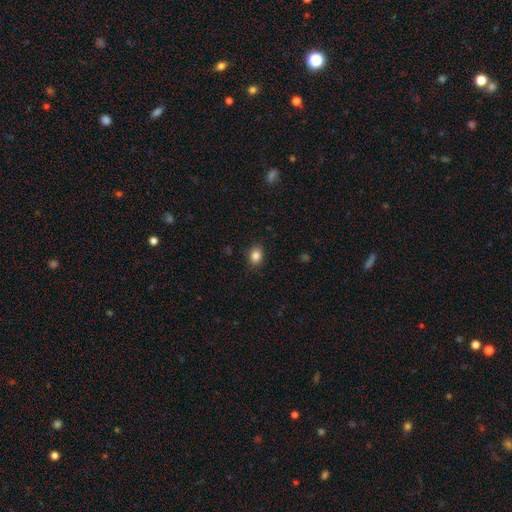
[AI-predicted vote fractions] This is clearly a smooth galaxy (85%). How rounded: possibly in between (59%). Merging: clearly none (86%).